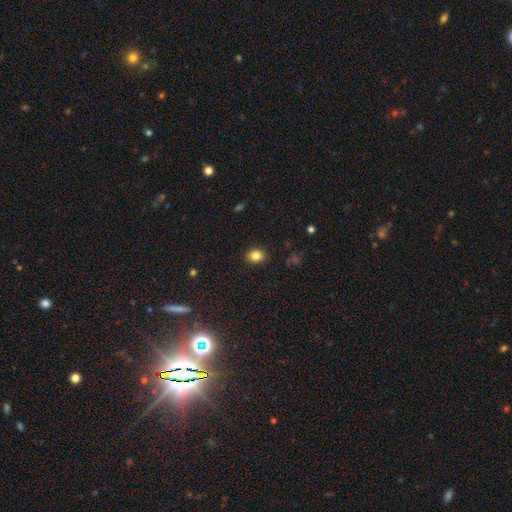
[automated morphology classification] Overall: smooth (84%). How rounded: round (61%; in between 38%). Merging: none (89%).